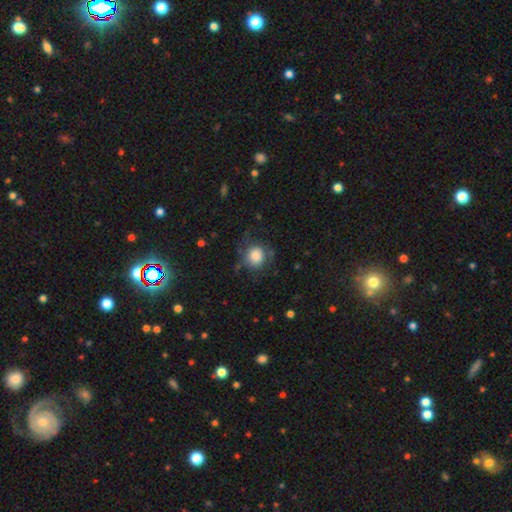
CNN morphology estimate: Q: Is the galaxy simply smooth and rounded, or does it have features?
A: smooth — 72%.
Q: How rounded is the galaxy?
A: round — 81%.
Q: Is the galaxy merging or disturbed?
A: none — 62%.